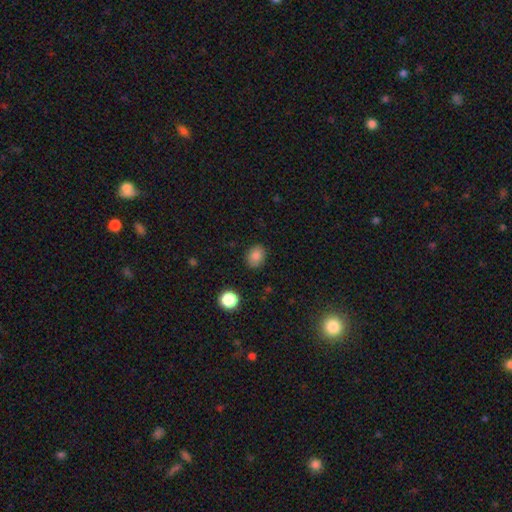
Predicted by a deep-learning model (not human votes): Smooth or featured? Predicted: smooth (p=0.83). How rounded? Predicted: round (p=0.52). Merging? Predicted: none (p=0.87).